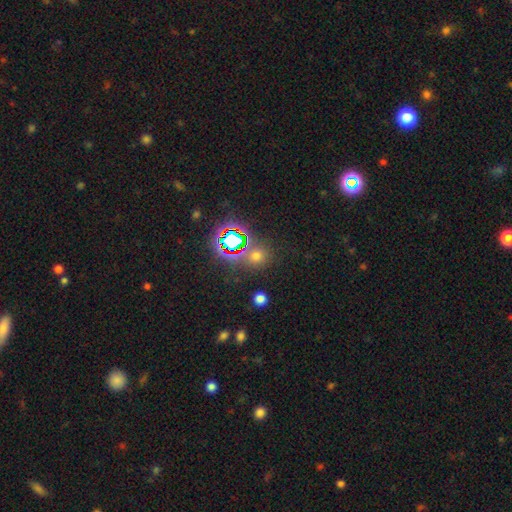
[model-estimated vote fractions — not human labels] This appears to be a smooth galaxy with no disk features (54%) that is round (84%). Merging: none (78%).